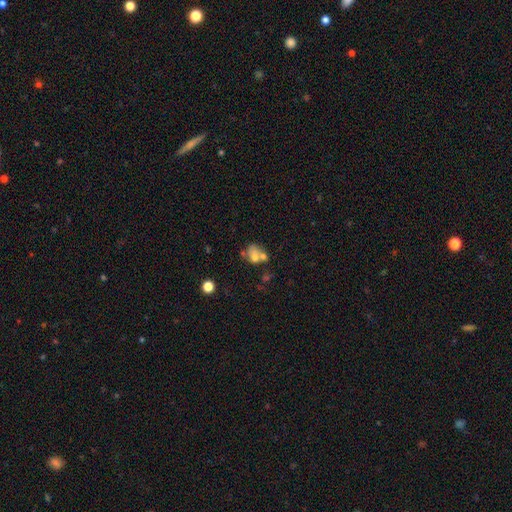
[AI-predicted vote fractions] A smooth galaxy with no disk features (61%) that is in between round and cigar-shaped (55%). Merging: merger (50%).